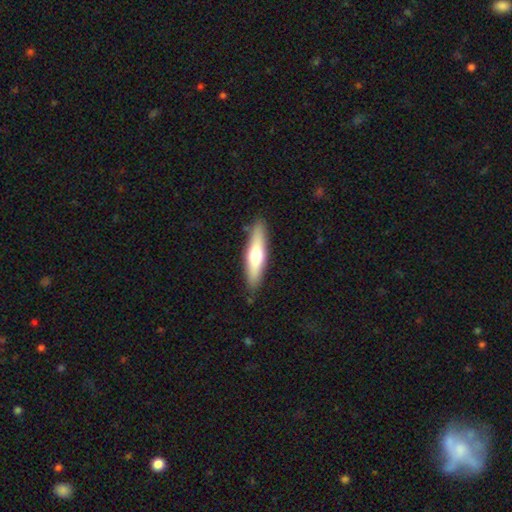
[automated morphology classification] Smooth or featured? Predicted: smooth (p=0.54). How rounded? Predicted: cigar-shaped (p=0.76). Merging? Predicted: none (p=0.87).